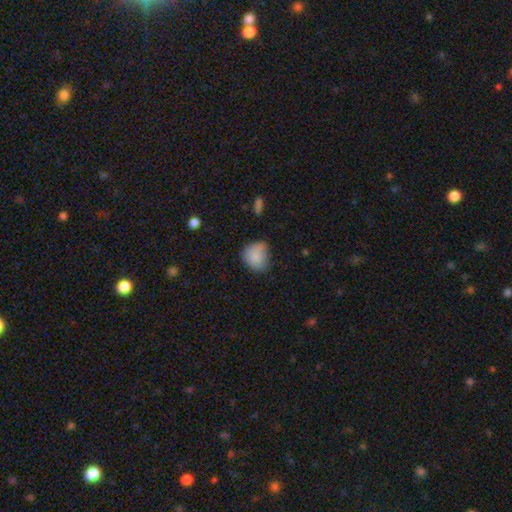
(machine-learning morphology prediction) Smooth or featured? Predicted: smooth (p=0.83). How rounded? Predicted: round (p=0.64). Merging? Predicted: none (p=0.51).